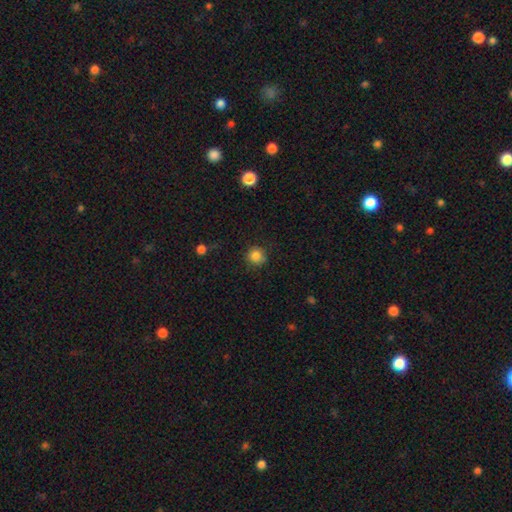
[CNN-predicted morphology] Smooth or featured? Predicted: smooth (p=0.85). How rounded? Predicted: round (p=0.92). Merging? Predicted: none (p=0.85).